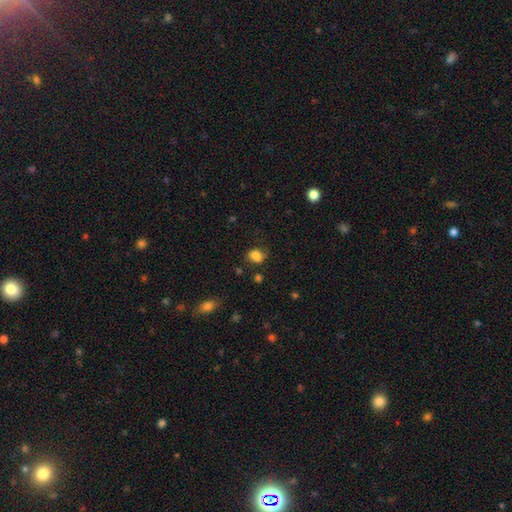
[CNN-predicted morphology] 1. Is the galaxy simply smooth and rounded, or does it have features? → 80% smooth, 11% star or artifact, 9% featured or disk.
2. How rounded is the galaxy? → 61% in between, 37% round, 1% cigar-shaped.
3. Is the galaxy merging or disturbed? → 61% none, 24% minor disturbance, 9% major disturbance, 6% merger.